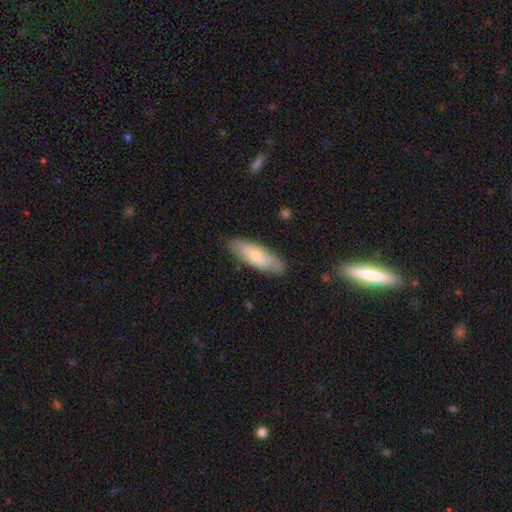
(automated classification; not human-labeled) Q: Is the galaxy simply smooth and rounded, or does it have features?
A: smooth — 65%.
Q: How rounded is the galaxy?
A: in between — 59%.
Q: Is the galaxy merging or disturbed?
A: none — 81%.